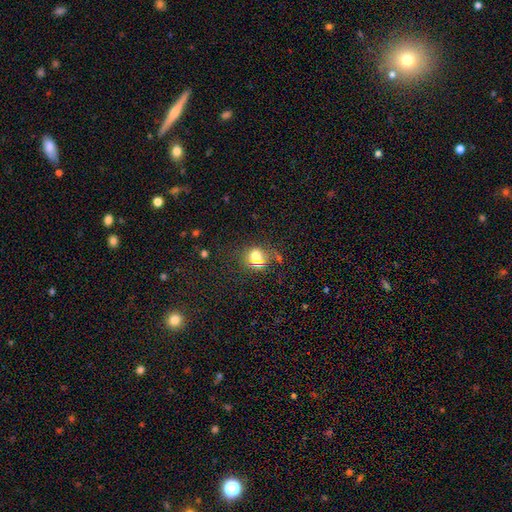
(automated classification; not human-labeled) Smooth or featured? smooth (62%)
How rounded? round (57%)
Merging? none (50%)